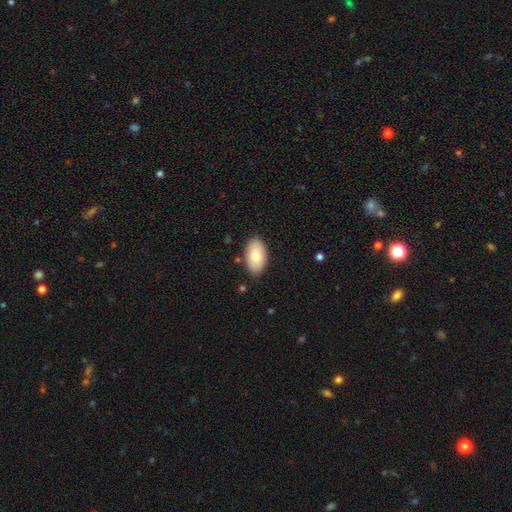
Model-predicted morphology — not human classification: type=smooth (74%); roundness=in between (94%); merging=none (84%).